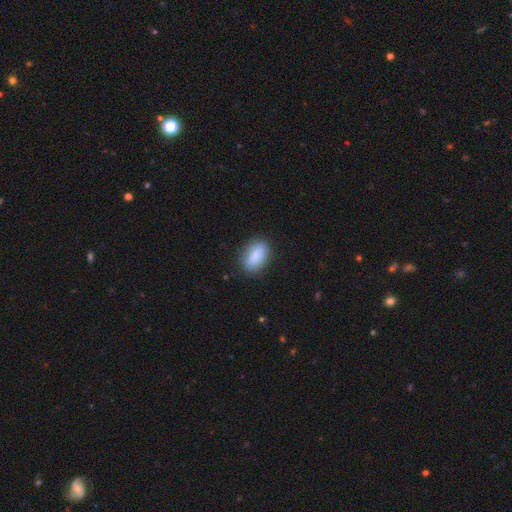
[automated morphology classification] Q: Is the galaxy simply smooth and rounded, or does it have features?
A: smooth — 85%.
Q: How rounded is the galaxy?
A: in between — 86%.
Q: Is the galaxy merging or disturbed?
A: none — 82%.